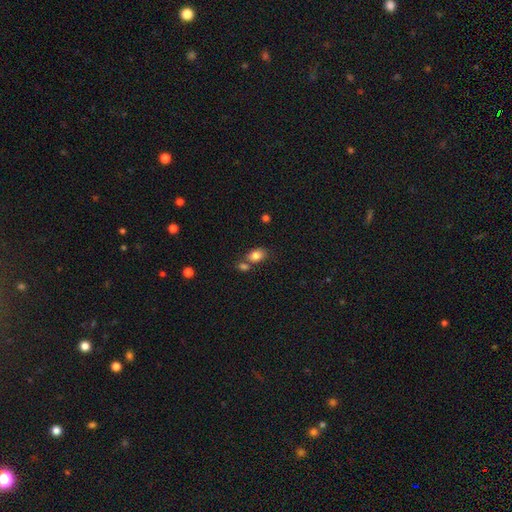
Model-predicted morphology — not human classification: A smooth galaxy with no disk features (82%) that is in between round and cigar-shaped (79%). Merging: none (53%).